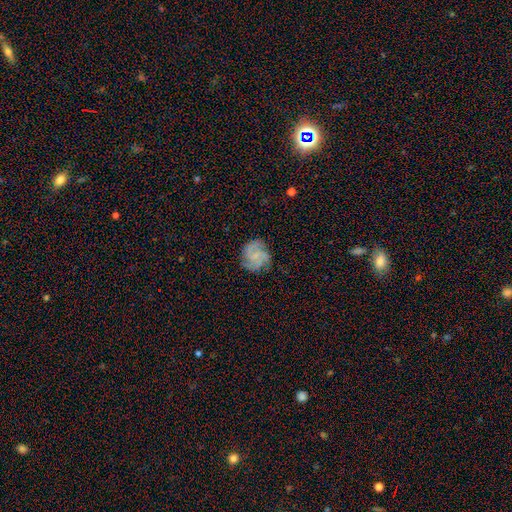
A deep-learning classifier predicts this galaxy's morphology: type=featured or disk (74%); edge-on=no (98%); bar=no (68%); spiral arms=yes (95%); winding=tight (48%); arm count=3 (39%); bulge=small (55%); merging=none (77%).